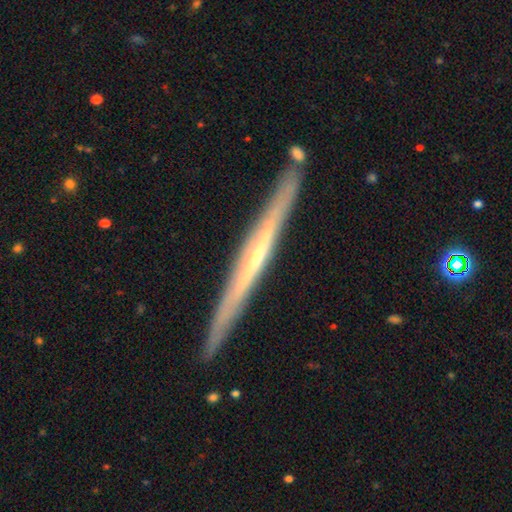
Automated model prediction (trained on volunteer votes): featured or disk 78%, smooth 17%, star or artifact 6%. Down the decision tree: edge-on disk — yes (97%); edge-on bulge — rounded (48%, tied with none); merging — none (89%).